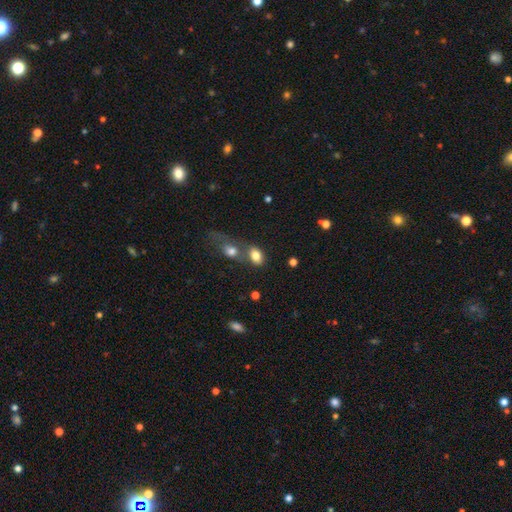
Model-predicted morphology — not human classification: Smooth or featured? smooth (81%)
How rounded? in between (80%)
Merging? merger (43%)